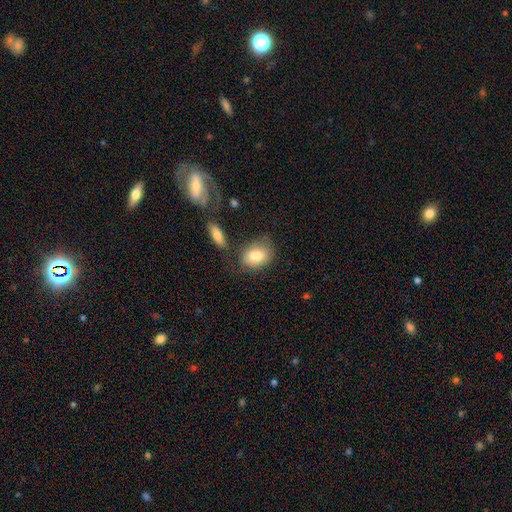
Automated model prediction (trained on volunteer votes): Overall: smooth (82%). How rounded: in between (77%). Merging: none (59%; minor disturbance 23%).